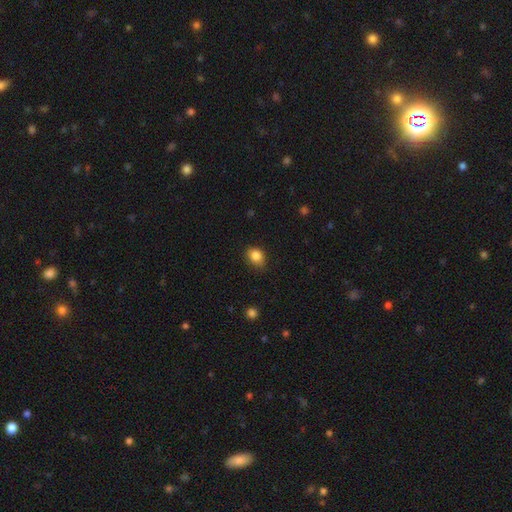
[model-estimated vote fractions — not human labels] Smooth or featured? Predicted: smooth (p=0.85). How rounded? Predicted: round (p=0.55). Merging? Predicted: none (p=0.78).